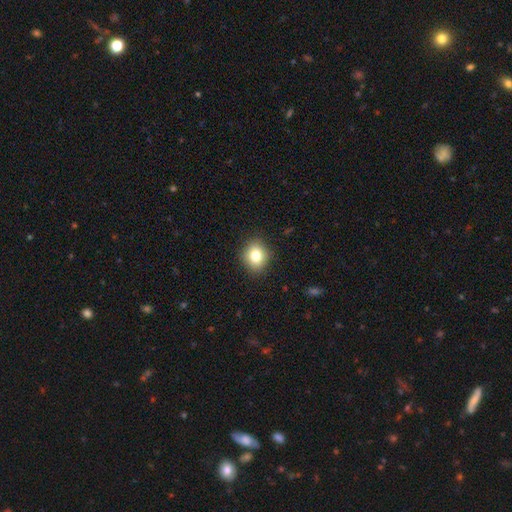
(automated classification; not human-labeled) Overall: smooth (80%). How rounded: round (70%). Merging: none (89%).